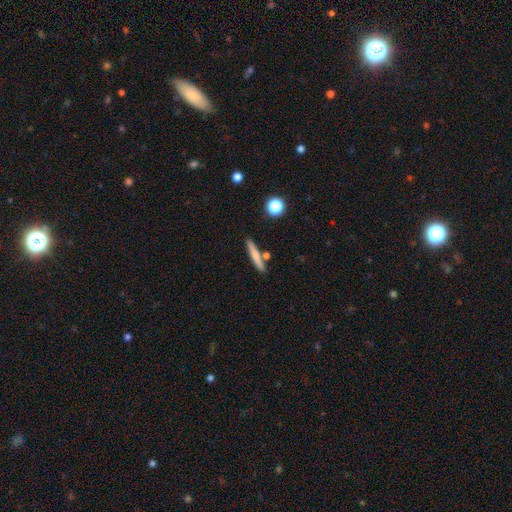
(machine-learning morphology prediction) Overall: smooth (68%). How rounded: cigar-shaped (91%). Merging: none (80%).